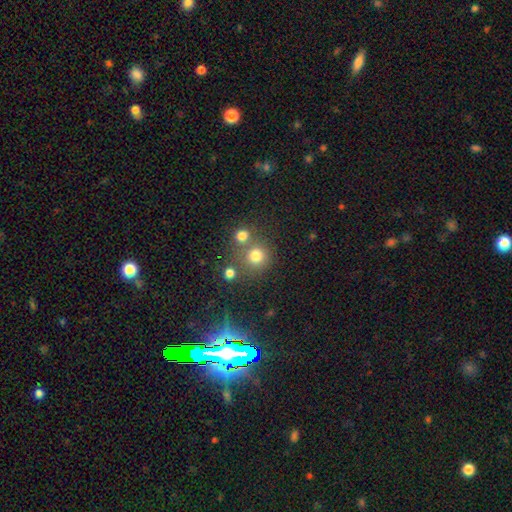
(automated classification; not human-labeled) Overall: smooth (76%). How rounded: round (90%). Merging: none (63%; merger 24%).